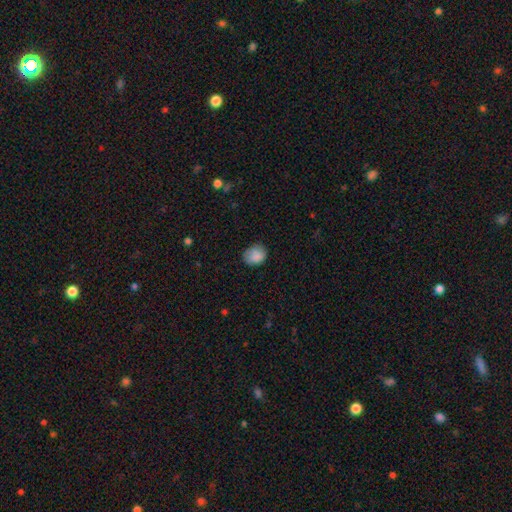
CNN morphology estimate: A smooth galaxy with no disk features (85%) that is round (56%).

Vote fractions:
- Smooth or featured? smooth: 85% / star or artifact: 8% / featured or disk: 7%
- How rounded? round: 56% / in between: 43% / cigar-shaped: 1%
- Merging? none: 72% / minor disturbance: 22% / major disturbance: 5% / merger: 1%